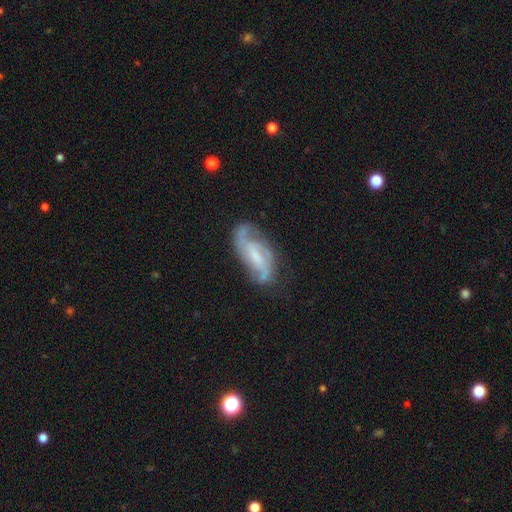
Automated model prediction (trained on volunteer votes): Morphology: type=featured or disk (76%); edge-on=no (93%); bar=weak (48%); spiral arms=yes (90%); winding=medium (45%); arm count=2 (62%); bulge=small (40%); merging=none (62%).